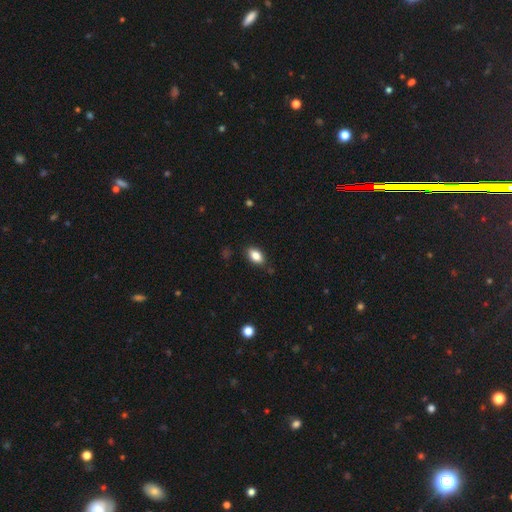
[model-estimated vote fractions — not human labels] smooth 85%, star or artifact 8%, featured or disk 7%. Down the decision tree: how rounded — in between (90%); merging — none (85%).